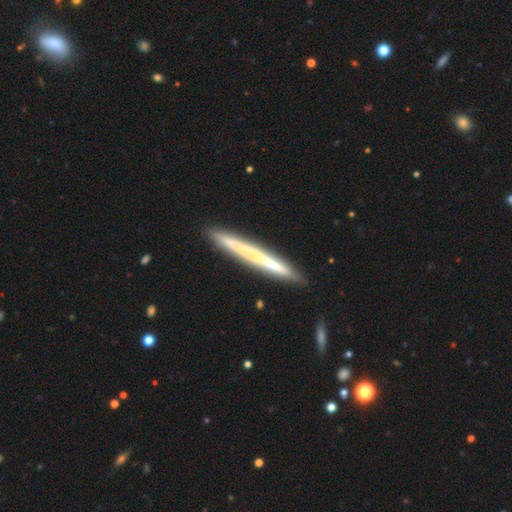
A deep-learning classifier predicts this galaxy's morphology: Q: Smooth or featured?
A: featured or disk (49%); runner-up: smooth (45%)
Q: Merging?
A: none (90%); runner-up: minor disturbance (7%)